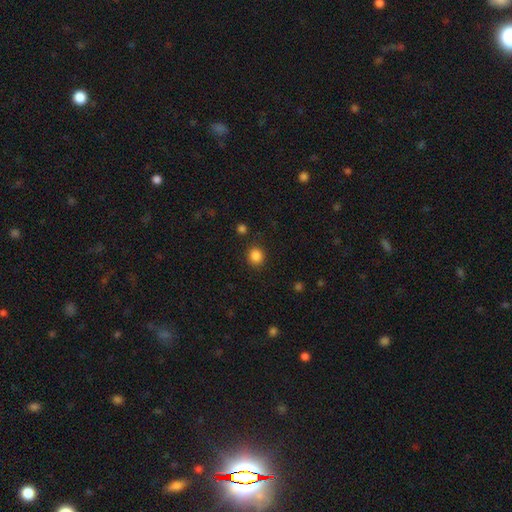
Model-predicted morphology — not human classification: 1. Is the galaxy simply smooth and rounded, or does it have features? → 86% smooth, 11% star or artifact, 3% featured or disk.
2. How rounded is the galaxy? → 87% round, 12% in between, 1% cigar-shaped.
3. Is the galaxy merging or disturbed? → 88% none, 7% minor disturbance, 3% major disturbance, 2% merger.